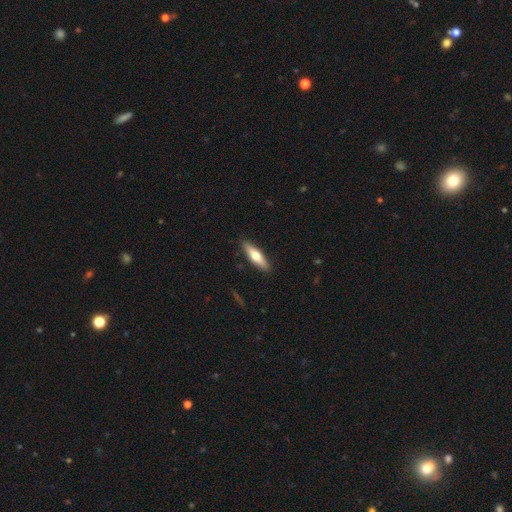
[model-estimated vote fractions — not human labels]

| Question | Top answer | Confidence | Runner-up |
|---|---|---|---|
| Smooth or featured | smooth | 55% | featured or disk (40%) |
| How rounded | cigar-shaped | 66% | in between (32%) |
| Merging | none | 90% | minor disturbance (8%) |